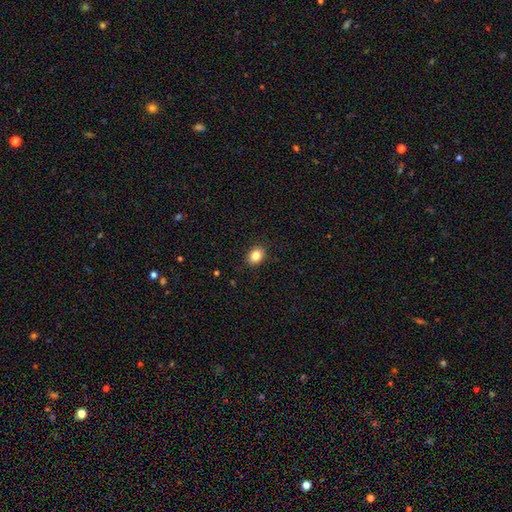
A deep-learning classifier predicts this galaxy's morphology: This is clearly a smooth galaxy (84%). How rounded: likely in between (65%). Merging: clearly none (89%).